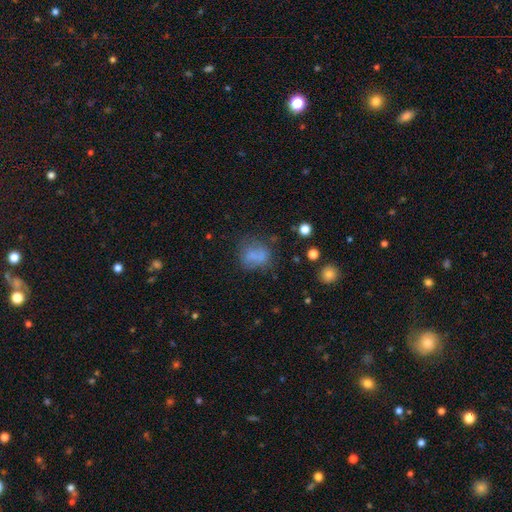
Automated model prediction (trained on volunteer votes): This appears to be a smooth galaxy with no disk features (65%) that is round (51%). Merging: none (49%).